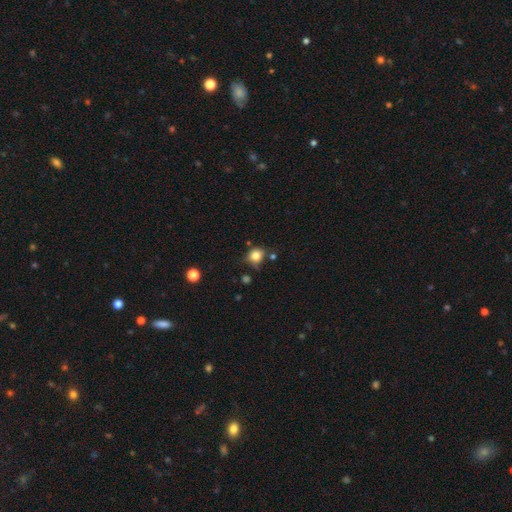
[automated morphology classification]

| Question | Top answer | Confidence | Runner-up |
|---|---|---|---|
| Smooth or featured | smooth | 80% | star or artifact (12%) |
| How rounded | round | 74% | in between (25%) |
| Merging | none | 62% | minor disturbance (24%) |